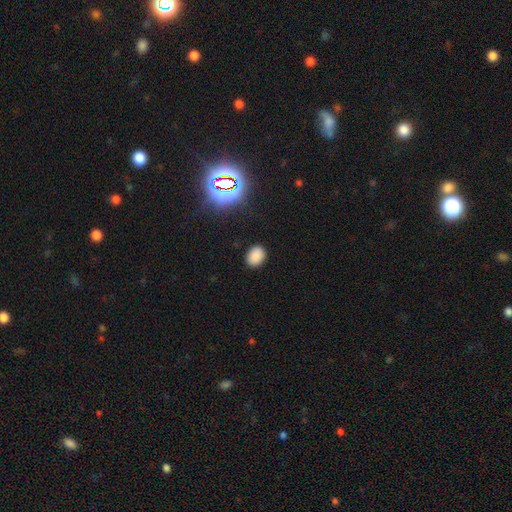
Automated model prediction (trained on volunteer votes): Morphology: type=smooth (84%); roundness=in between (70%); merging=none (87%).